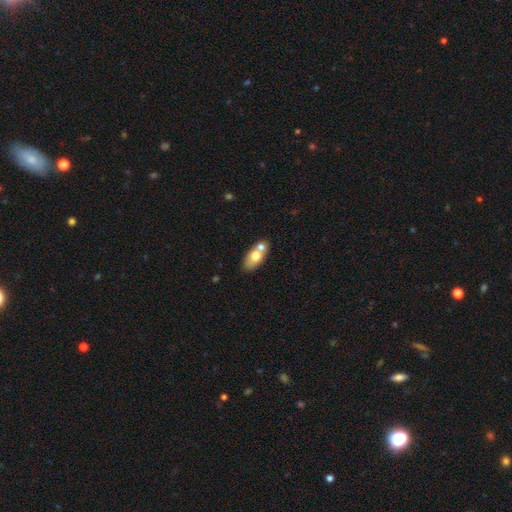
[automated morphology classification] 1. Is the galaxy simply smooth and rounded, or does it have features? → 67% smooth, 25% featured or disk, 7% star or artifact.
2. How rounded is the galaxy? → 84% in between, 9% round, 7% cigar-shaped.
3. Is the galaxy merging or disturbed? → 43% merger, 42% none, 11% minor disturbance, 4% major disturbance.